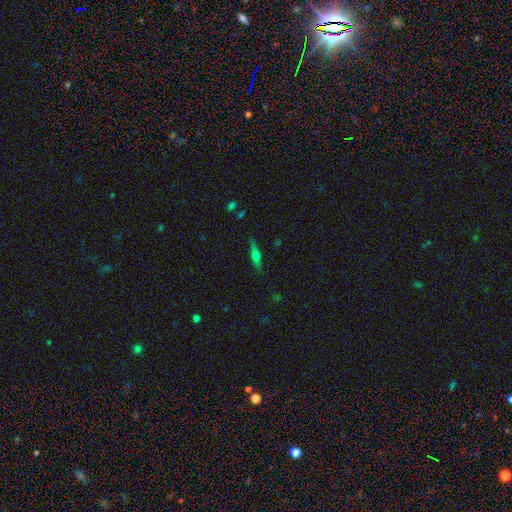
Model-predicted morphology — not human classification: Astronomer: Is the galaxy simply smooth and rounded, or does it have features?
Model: featured or disk — 55% (runner-up: smooth, 35%).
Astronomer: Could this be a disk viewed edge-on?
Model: yes — 95%.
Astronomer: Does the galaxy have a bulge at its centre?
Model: rounded — 88%.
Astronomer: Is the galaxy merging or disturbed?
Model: none — 83%.